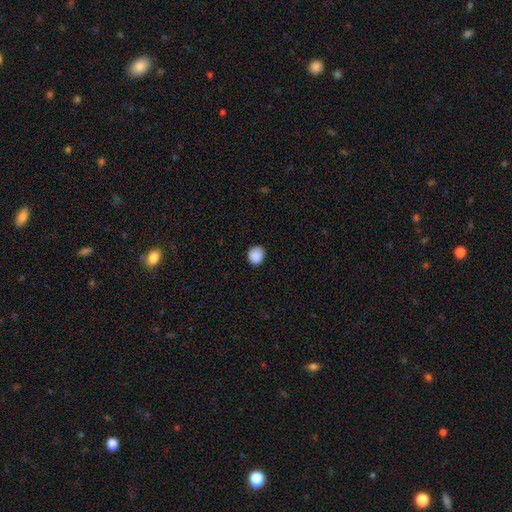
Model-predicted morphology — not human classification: This is clearly a smooth galaxy (89%). How rounded: clearly round (82%). Merging: clearly none (89%).